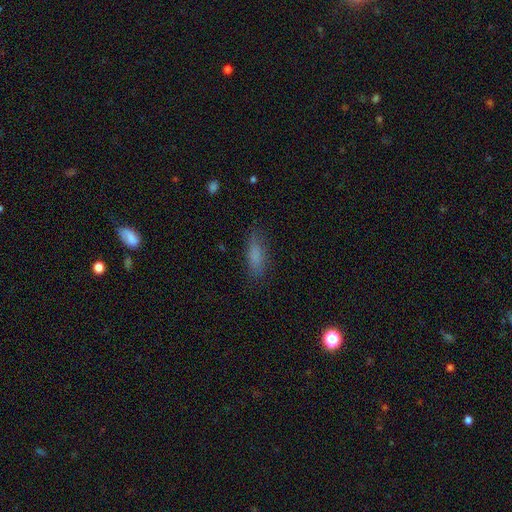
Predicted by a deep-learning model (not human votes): smooth-or-featured: smooth: 80% | featured or disk: 10% | star or artifact: 10%
  how-rounded: in between: 58% | cigar-shaped: 39% | round: 3%
  merging: none: 79% | minor disturbance: 15% | major disturbance: 5% | merger: 1%